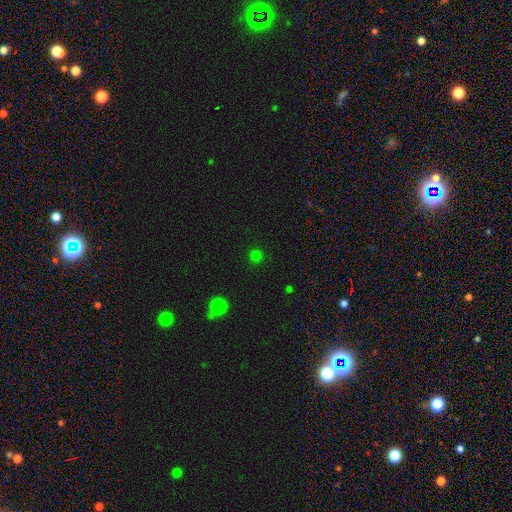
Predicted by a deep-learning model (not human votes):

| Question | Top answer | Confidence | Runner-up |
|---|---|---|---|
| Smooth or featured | smooth | 74% | star or artifact (23%) |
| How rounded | round | 94% | in between (5%) |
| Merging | none | 91% | minor disturbance (6%) |